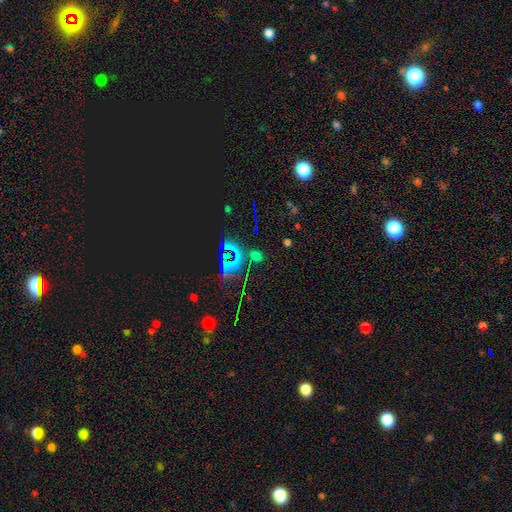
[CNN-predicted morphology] A star or artifact, not a galaxy (53%).